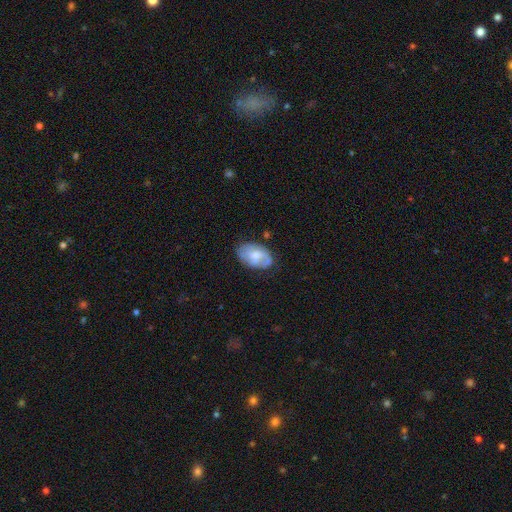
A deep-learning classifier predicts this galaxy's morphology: Smooth or featured?
  - featured or disk: 47% *
  - smooth: 46%
  - star or artifact: 6%
Merging?
  - none: 66% *
  - minor disturbance: 25%
  - major disturbance: 7%
  - merger: 2%